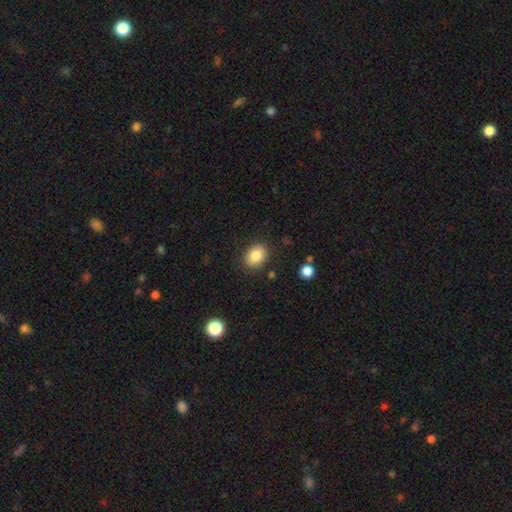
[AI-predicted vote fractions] Smooth or featured?
  - smooth: 85% *
  - star or artifact: 9%
  - featured or disk: 7%
How rounded?
  - in between: 66% *
  - round: 33%
  - cigar-shaped: 1%
Merging?
  - none: 85% *
  - minor disturbance: 10%
  - major disturbance: 3%
  - merger: 2%